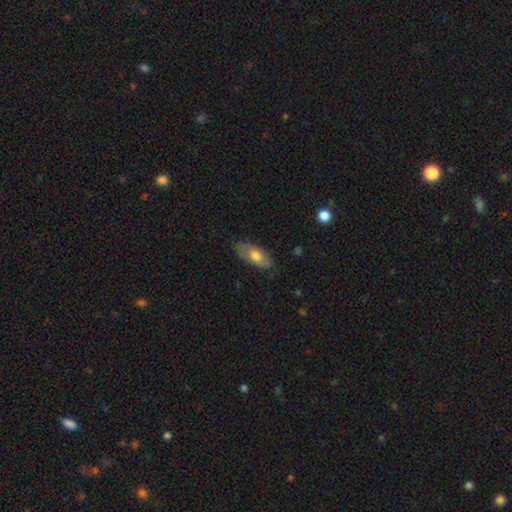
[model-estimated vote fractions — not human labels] A smooth galaxy with no disk features (63%) that is in between round and cigar-shaped (86%). Merging: none (74%).